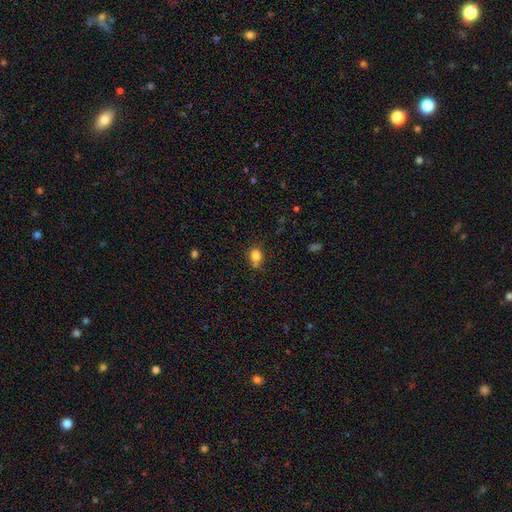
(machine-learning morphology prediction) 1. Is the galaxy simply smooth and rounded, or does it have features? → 80% smooth, 13% star or artifact, 8% featured or disk.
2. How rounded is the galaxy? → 66% round, 33% in between, 1% cigar-shaped.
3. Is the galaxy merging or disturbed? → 61% none, 20% minor disturbance, 13% merger, 6% major disturbance.